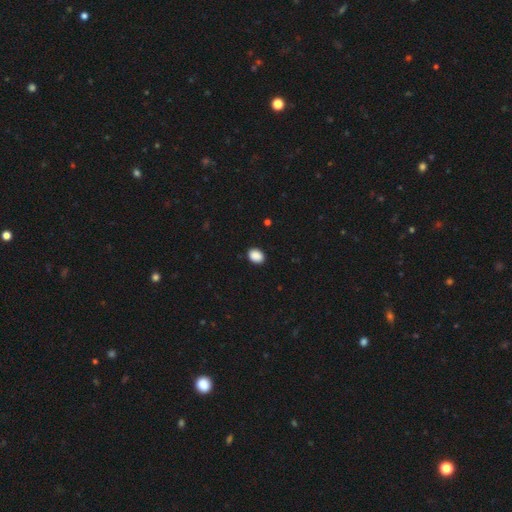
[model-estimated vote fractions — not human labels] A smooth galaxy with no disk features (89%) that is in between round and cigar-shaped (70%).

Vote fractions:
- Smooth or featured? smooth: 89% / star or artifact: 8% / featured or disk: 2%
- How rounded? in between: 70% / round: 29% / cigar-shaped: 1%
- Merging? none: 89% / minor disturbance: 8% / major disturbance: 2% / merger: 1%